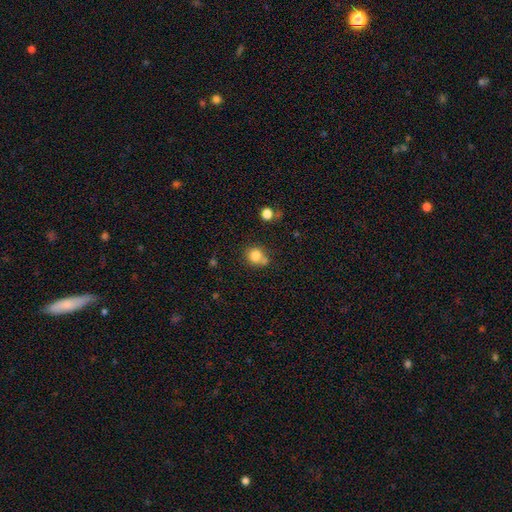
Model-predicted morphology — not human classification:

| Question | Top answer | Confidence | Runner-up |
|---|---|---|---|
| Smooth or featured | smooth | 81% | star or artifact (11%) |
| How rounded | round | 82% | in between (17%) |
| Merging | none | 56% | merger (24%) |